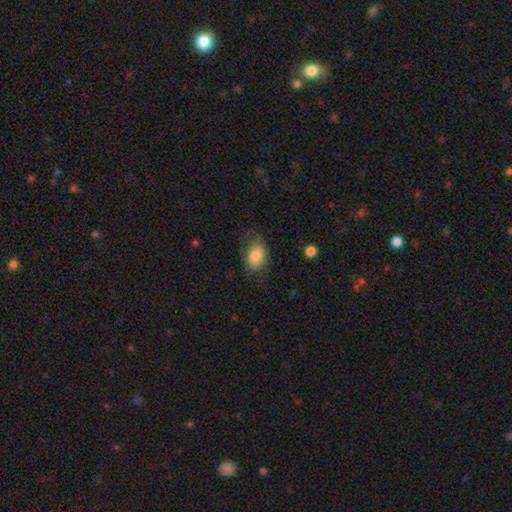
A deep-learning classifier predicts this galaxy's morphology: smooth 79%, featured or disk 13%, star or artifact 7%. Down the decision tree: how rounded — in between (84%); merging — none (63%).